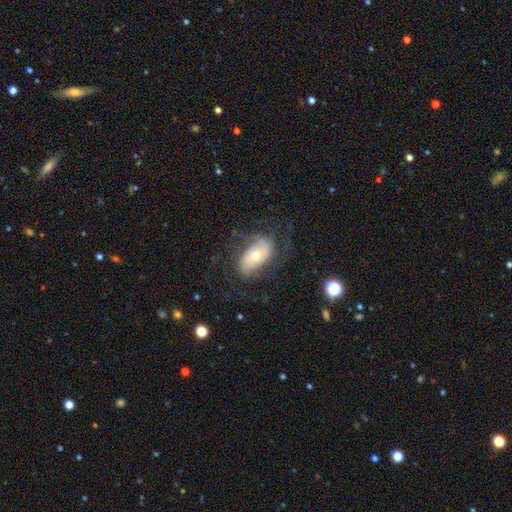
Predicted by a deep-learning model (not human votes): Morphology: type=featured or disk (66%); edge-on=no (93%); bar=no (67%); spiral arms=yes (82%); winding=medium (39%); arm count=2 (59%); bulge=moderate (70%); merging=none (64%).